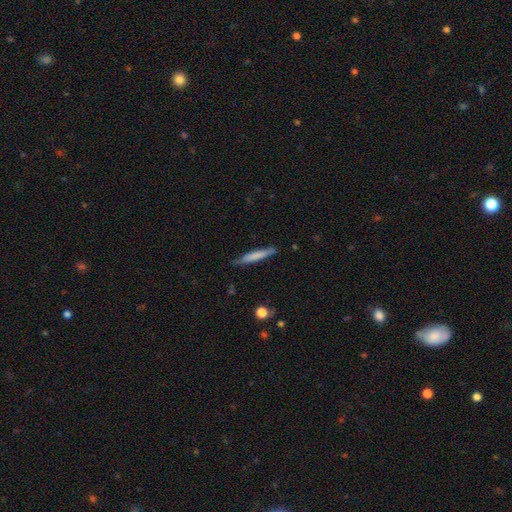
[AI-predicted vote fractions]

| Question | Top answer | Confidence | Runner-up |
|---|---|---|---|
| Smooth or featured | smooth | 68% | featured or disk (27%) |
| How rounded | cigar-shaped | 94% | in between (5%) |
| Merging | none | 79% | minor disturbance (16%) |